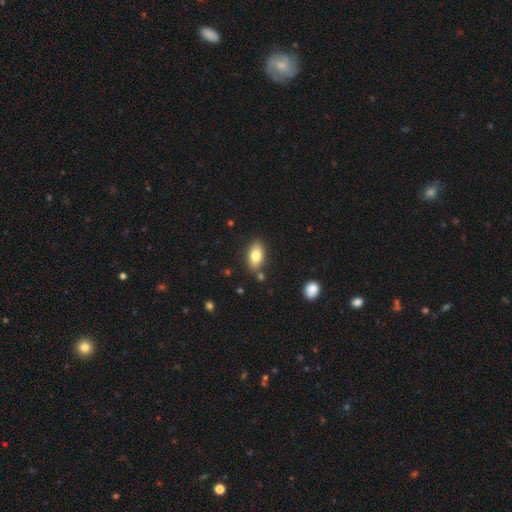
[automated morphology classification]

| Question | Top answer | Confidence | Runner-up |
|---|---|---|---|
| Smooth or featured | smooth | 80% | featured or disk (13%) |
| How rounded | in between | 91% | round (5%) |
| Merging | none | 81% | minor disturbance (12%) |